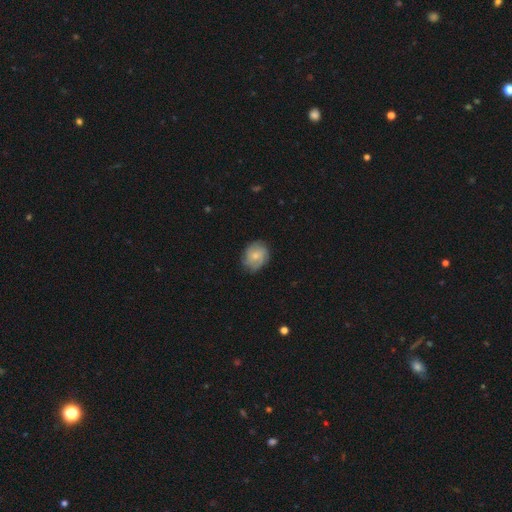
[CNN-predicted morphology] Smooth or featured? smooth (50%)
How rounded? round (59%)
Merging? none (73%)